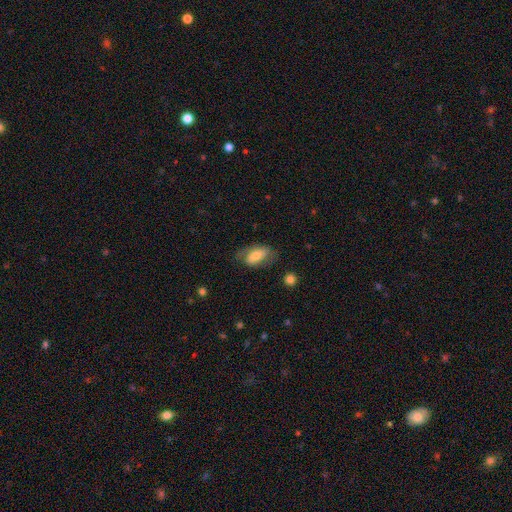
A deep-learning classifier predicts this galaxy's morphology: Q: Smooth or featured?
A: smooth (57%); runner-up: featured or disk (36%)
Q: How rounded?
A: in between (89%); runner-up: cigar-shaped (6%)
Q: Merging?
A: none (63%); runner-up: minor disturbance (23%)